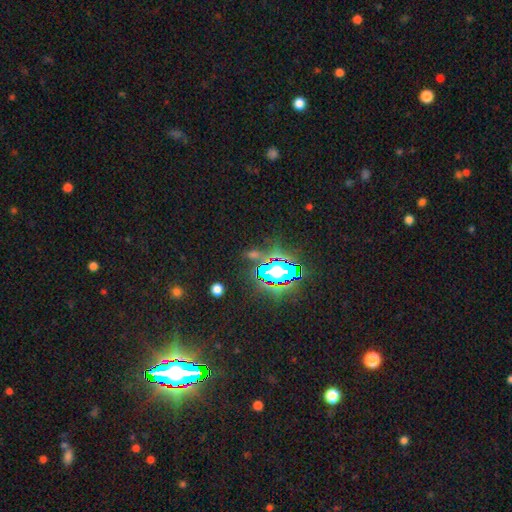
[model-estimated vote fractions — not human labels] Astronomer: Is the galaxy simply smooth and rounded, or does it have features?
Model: star or artifact — 73%.